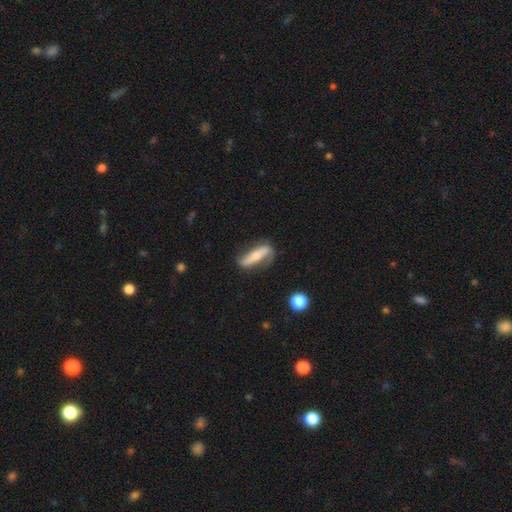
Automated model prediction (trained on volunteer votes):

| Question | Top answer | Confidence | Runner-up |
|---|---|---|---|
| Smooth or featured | featured or disk | 56% | smooth (38%) |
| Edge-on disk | yes | 55% | no (45%) |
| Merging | none | 72% | minor disturbance (19%) |